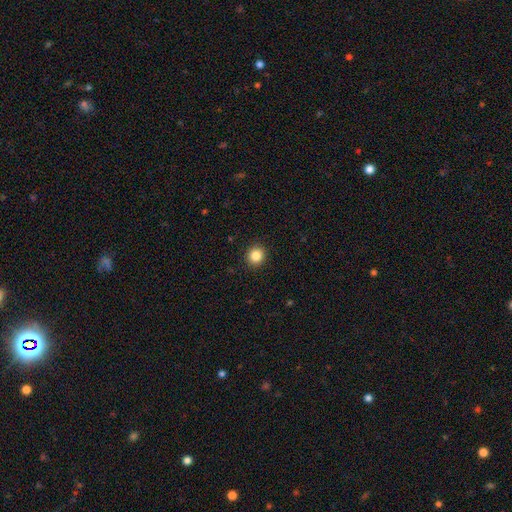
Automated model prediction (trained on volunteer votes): Overall: smooth (85%). How rounded: round (91%). Merging: none (93%).